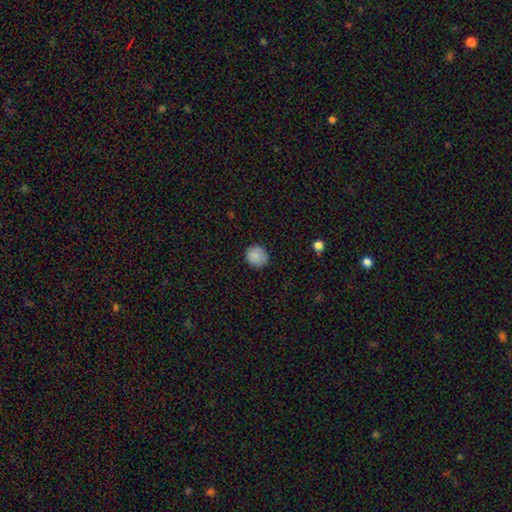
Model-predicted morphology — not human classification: smooth-or-featured: smooth: 87% | star or artifact: 9% | featured or disk: 4%
  how-rounded: round: 82% | in between: 17% | cigar-shaped: 1%
  merging: none: 83% | minor disturbance: 13% | major disturbance: 3% | merger: 1%